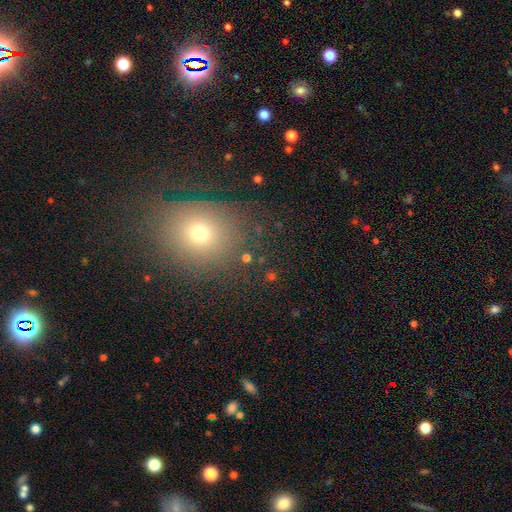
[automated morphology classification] A smooth galaxy with no disk features (59%) that is round (68%).

Vote fractions:
- Smooth or featured? smooth: 59% / star or artifact: 30% / featured or disk: 11%
- How rounded? round: 68% / in between: 31% / cigar-shaped: 1%
- Merging? none: 82% / minor disturbance: 11% / major disturbance: 5% / merger: 2%